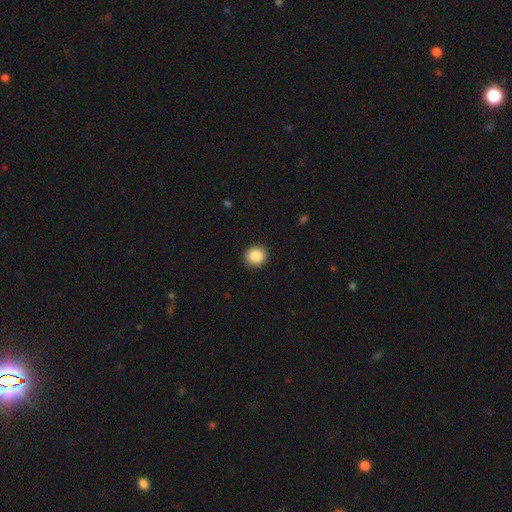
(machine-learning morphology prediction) Smooth or featured?
  - smooth: 88% *
  - star or artifact: 8%
  - featured or disk: 4%
How rounded?
  - round: 84% *
  - in between: 15%
  - cigar-shaped: 1%
Merging?
  - none: 92% *
  - minor disturbance: 6%
  - major disturbance: 2%
  - merger: 1%